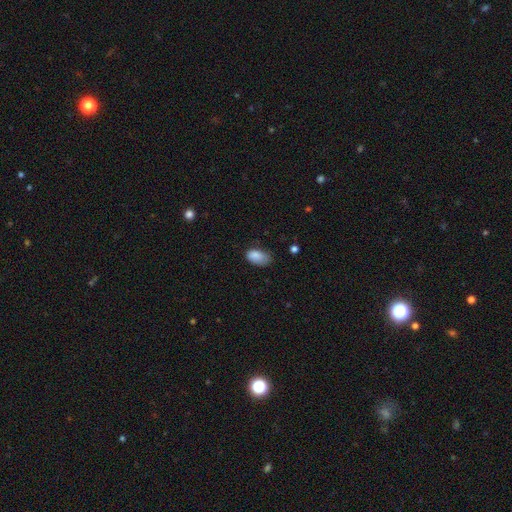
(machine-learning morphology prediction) Overall: smooth (85%). How rounded: in between (92%). Merging: none (52%; minor disturbance 36%).